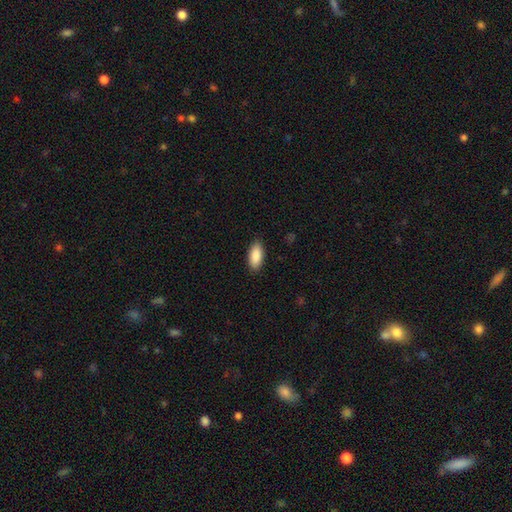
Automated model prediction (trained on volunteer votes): smooth 89%, star or artifact 6%, featured or disk 5%. Down the decision tree: how rounded — in between (88%); merging — none (88%).